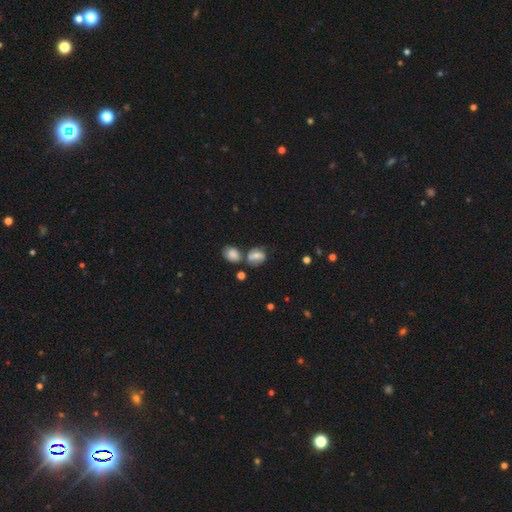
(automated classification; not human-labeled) Morphology: type=smooth (56%); roundness=in between (58%); merging=none (52%).